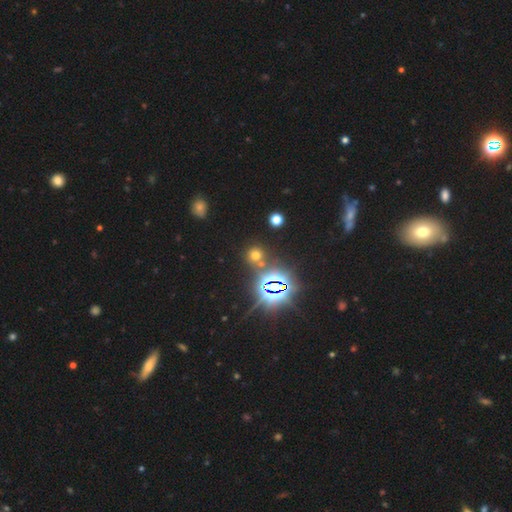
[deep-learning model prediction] Q: Smooth or featured?
A: smooth (48%); runner-up: star or artifact (44%)
Q: Merging?
A: none (75%); runner-up: merger (13%)